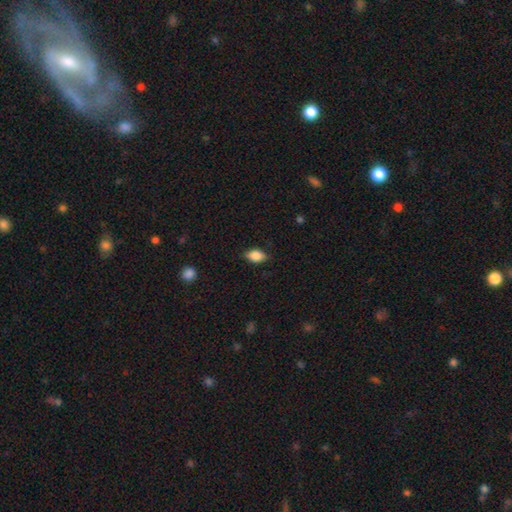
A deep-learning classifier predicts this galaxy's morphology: Smooth or featured: smooth — 82% (featured or disk — 10%)
How rounded: in between — 84% (round — 13%)
Merging: none — 79% (minor disturbance — 17%)